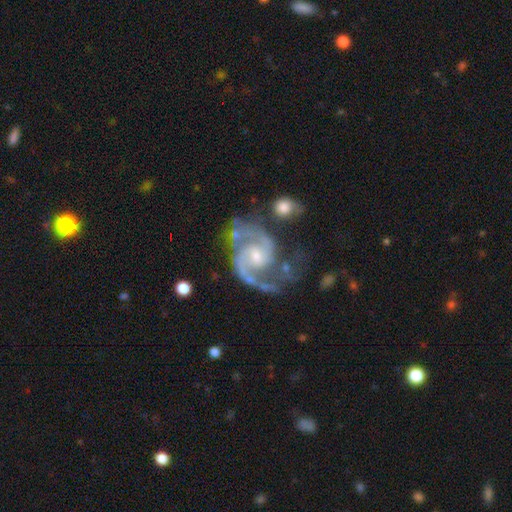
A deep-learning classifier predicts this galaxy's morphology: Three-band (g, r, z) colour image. It shows a featured or disk galaxy (92%) with no bar (48%), 2 (87%) medium (62%) spiral arms (98%) and a small central bulge (59%). Merging: none (56%).